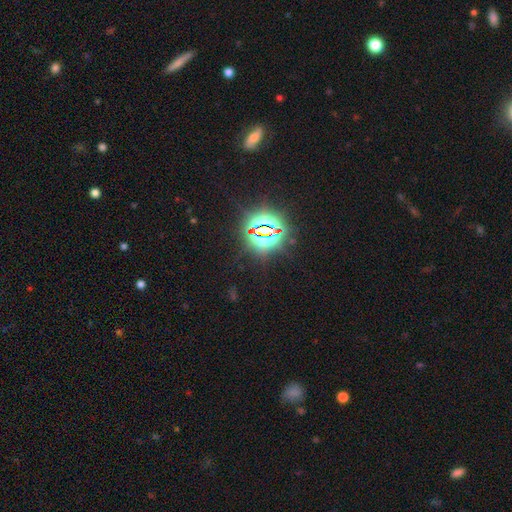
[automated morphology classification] smooth-or-featured: star or artifact: 82% | smooth: 12% | featured or disk: 6%